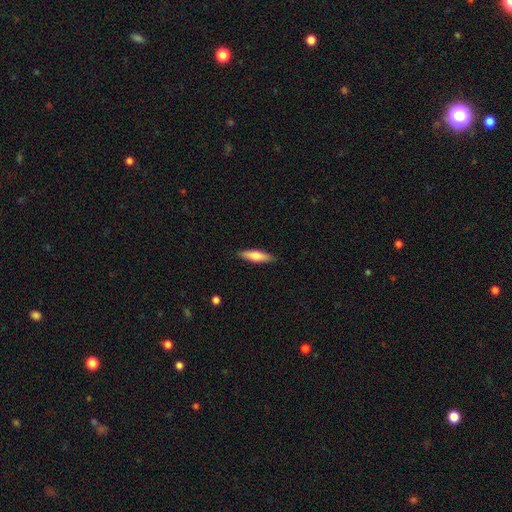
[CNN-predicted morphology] A smooth galaxy with no disk features (69%) that is cigar-shaped (69%).

Vote fractions:
- Smooth or featured? smooth: 69% / featured or disk: 25% / star or artifact: 6%
- How rounded? cigar-shaped: 69% / in between: 29% / round: 2%
- Merging? none: 89% / minor disturbance: 8% / major disturbance: 2% / merger: 1%